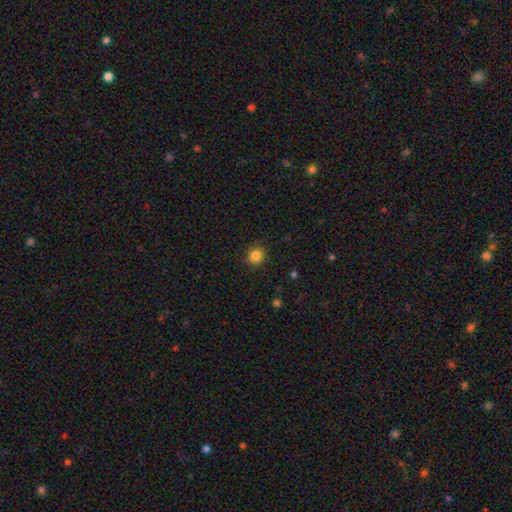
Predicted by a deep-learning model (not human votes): Smooth or featured: smooth — 84% (star or artifact — 11%)
How rounded: round — 88% (in between — 11%)
Merging: none — 91% (minor disturbance — 6%)